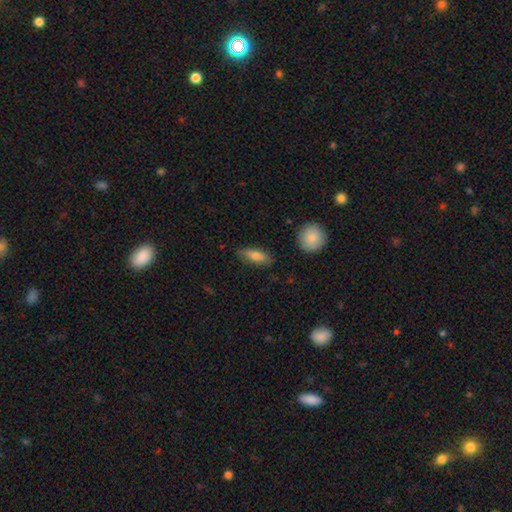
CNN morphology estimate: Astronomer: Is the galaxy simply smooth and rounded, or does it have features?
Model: smooth — 79%.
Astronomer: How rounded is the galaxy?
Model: in between — 64%.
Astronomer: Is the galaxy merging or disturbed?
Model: none — 79%.